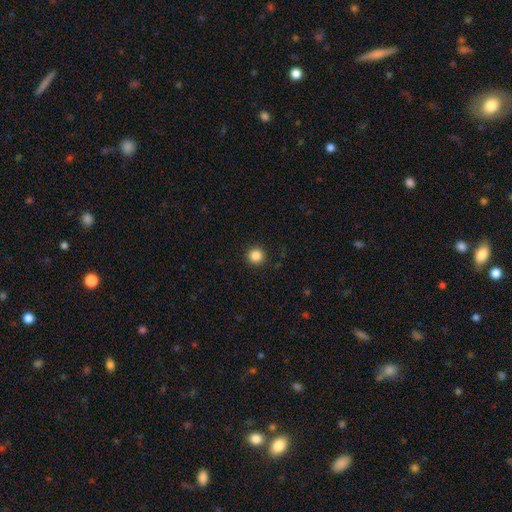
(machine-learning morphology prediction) This appears to be a smooth galaxy with no disk features (86%) that is round (96%). Merging: none (93%).